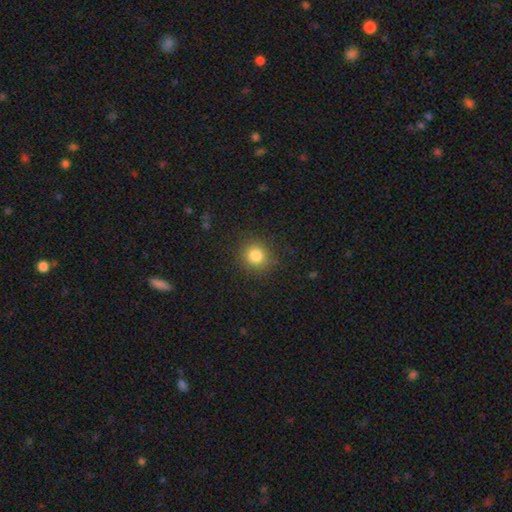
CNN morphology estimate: A smooth galaxy with no disk features (82%) that is round (88%). Merging: none (88%).